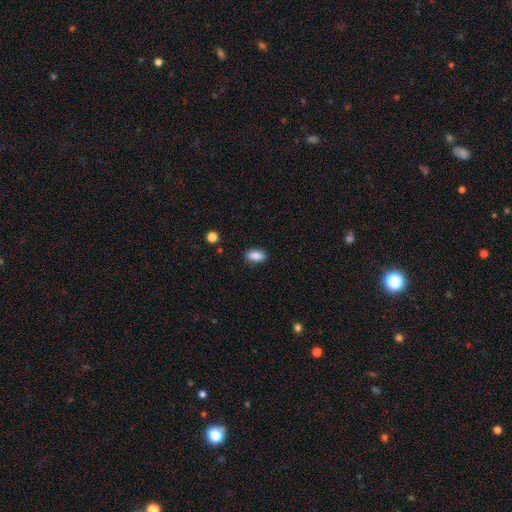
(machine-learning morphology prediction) A smooth galaxy with no disk features (87%) that is in between round and cigar-shaped (89%).

Vote fractions:
- Smooth or featured? smooth: 87% / star or artifact: 8% / featured or disk: 5%
- How rounded? in between: 89% / cigar-shaped: 8% / round: 4%
- Merging? none: 87% / minor disturbance: 10% / major disturbance: 2% / merger: 1%